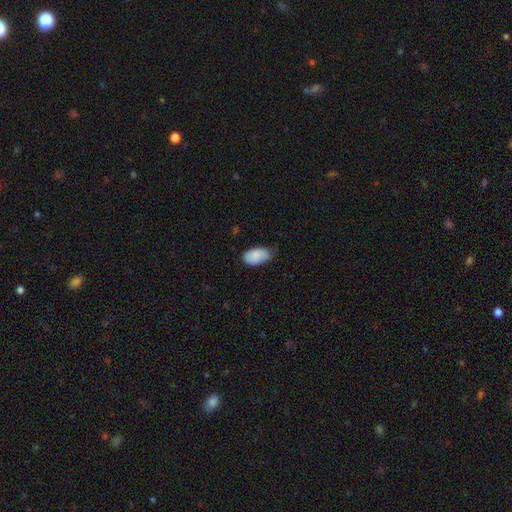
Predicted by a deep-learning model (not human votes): smooth-or-featured: smooth: 84% | featured or disk: 10% | star or artifact: 6%
  how-rounded: in between: 94% | round: 4% | cigar-shaped: 2%
  merging: none: 59% | minor disturbance: 35% | major disturbance: 5% | merger: 1%